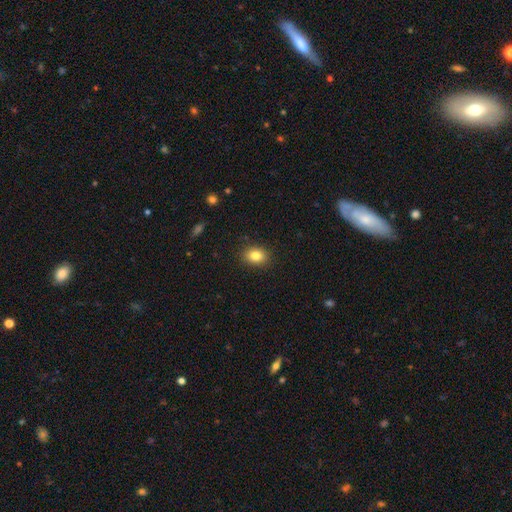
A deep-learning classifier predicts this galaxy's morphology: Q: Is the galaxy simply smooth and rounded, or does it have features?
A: smooth — 83%.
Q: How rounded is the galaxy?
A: in between — 62%.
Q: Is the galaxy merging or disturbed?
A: none — 88%.